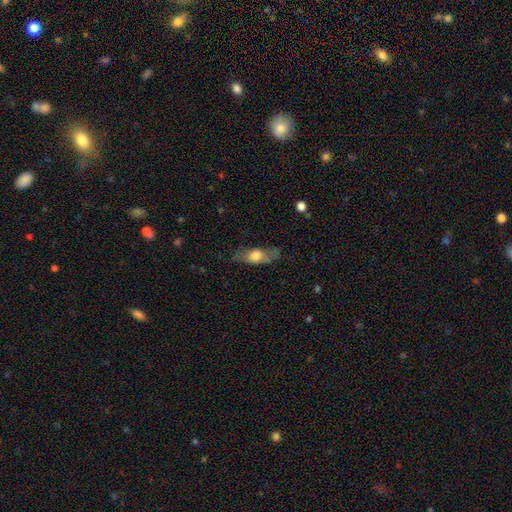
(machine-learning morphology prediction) This appears to be a smooth galaxy with no disk features (59%) that is in between round and cigar-shaped (65%). Merging: none (63%).